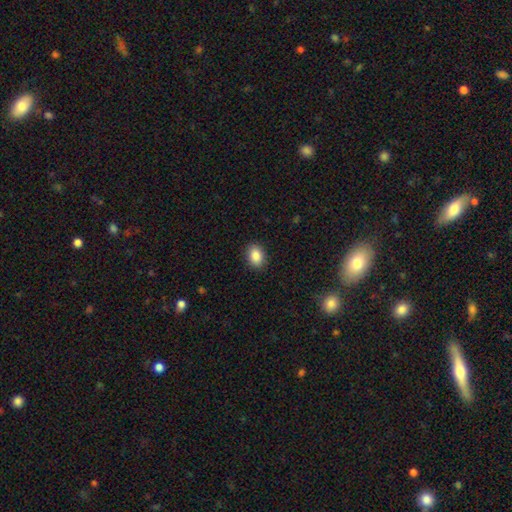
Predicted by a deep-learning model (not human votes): Smooth or featured? Predicted: smooth (p=0.88). How rounded? Predicted: in between (p=0.77). Merging? Predicted: none (p=0.89).